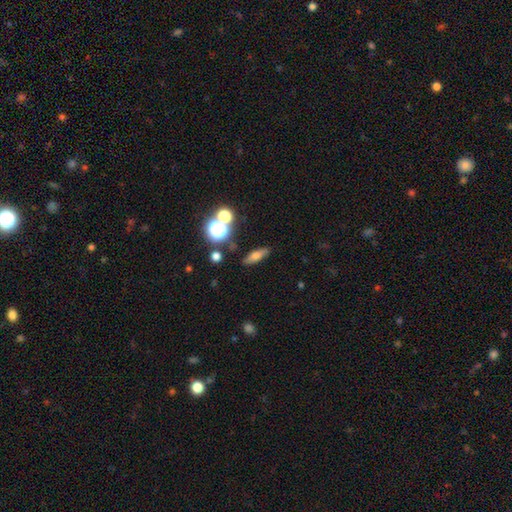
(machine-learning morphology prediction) A smooth galaxy with no disk features (60%) that is cigar-shaped (44%).

Vote fractions:
- Smooth or featured? smooth: 60% / featured or disk: 25% / star or artifact: 15%
- How rounded? cigar-shaped: 44% / in between: 43% / round: 13%
- Merging? none: 84% / minor disturbance: 9% / merger: 3% / major disturbance: 3%